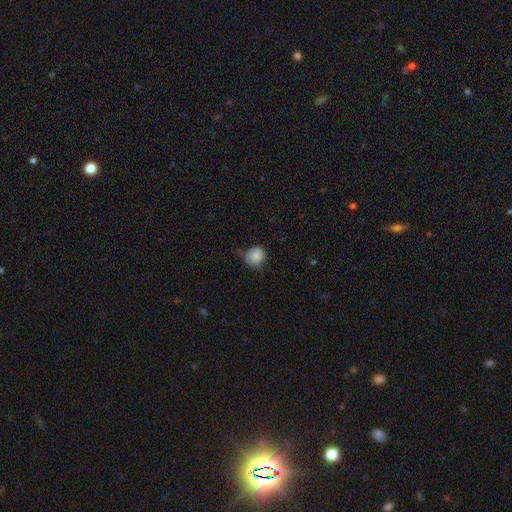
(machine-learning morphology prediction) Q: Smooth or featured?
A: smooth (84%); runner-up: star or artifact (8%)
Q: How rounded?
A: round (82%); runner-up: in between (18%)
Q: Merging?
A: none (56%); runner-up: minor disturbance (34%)